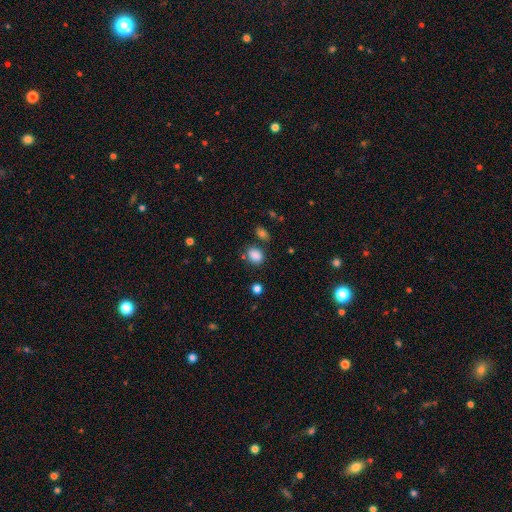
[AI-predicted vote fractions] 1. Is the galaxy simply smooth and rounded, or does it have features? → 85% smooth, 11% star or artifact, 4% featured or disk.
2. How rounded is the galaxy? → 55% in between, 44% round, 1% cigar-shaped.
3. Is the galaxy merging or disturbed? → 73% none, 15% minor disturbance, 7% merger, 5% major disturbance.